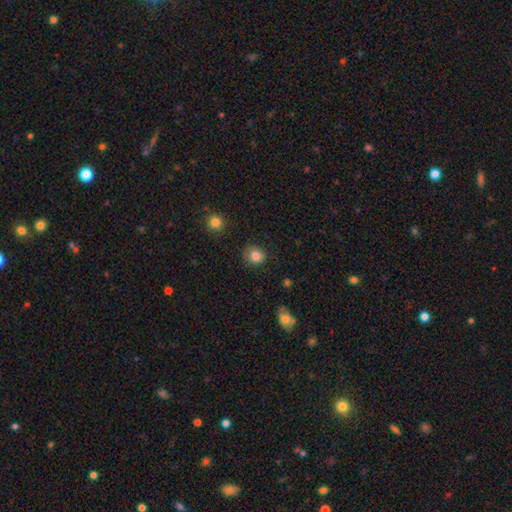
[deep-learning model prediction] Smooth or featured? Predicted: smooth (p=0.82). How rounded? Predicted: round (p=0.82). Merging? Predicted: none (p=0.81).